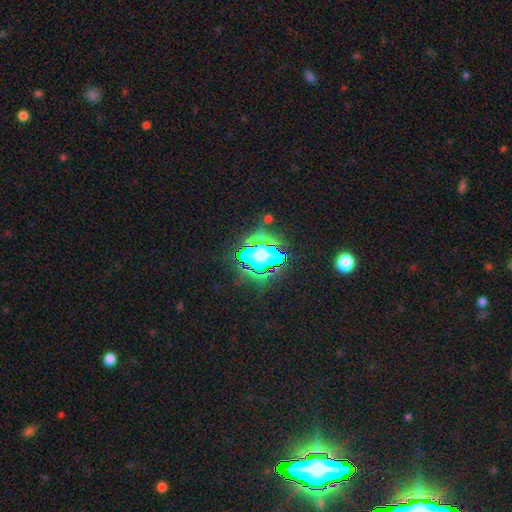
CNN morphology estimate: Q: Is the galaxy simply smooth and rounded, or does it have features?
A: star or artifact — 82%.